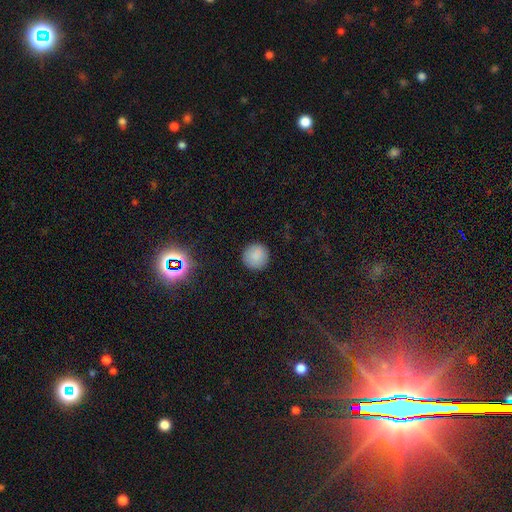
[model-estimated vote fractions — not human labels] Smooth or featured?
  - smooth: 87% *
  - star or artifact: 9%
  - featured or disk: 4%
How rounded?
  - round: 95% *
  - in between: 4%
  - cigar-shaped: 1%
Merging?
  - none: 91% *
  - minor disturbance: 6%
  - major disturbance: 2%
  - merger: 1%